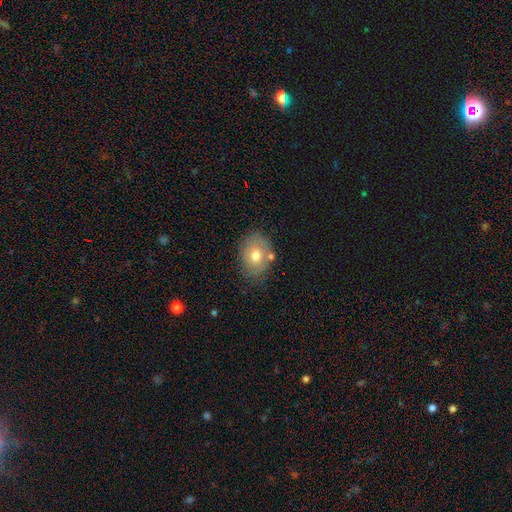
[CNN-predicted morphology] smooth_or_featured: smooth (p=0.66) [alt: featured or disk p=0.26]
how_rounded: in between (p=0.64) [alt: round p=0.35]
merging: none (p=0.68) [alt: minor disturbance p=0.19]